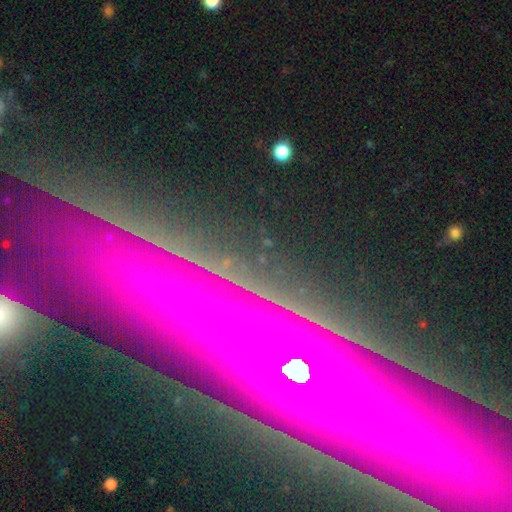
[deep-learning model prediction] Overall: featured or disk (56%; star or artifact 30%). Edge-on disk: yes (74%). Merging: none (87%).